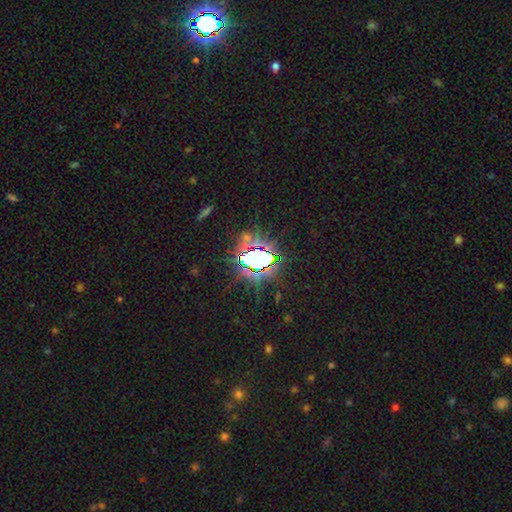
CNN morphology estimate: Smooth or featured: star or artifact — 75% (smooth — 15%)